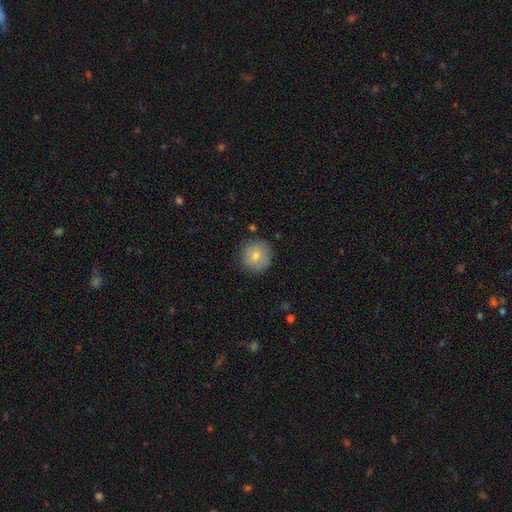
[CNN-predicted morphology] A smooth galaxy with no disk features (76%) that is round (92%). Merging: none (83%).